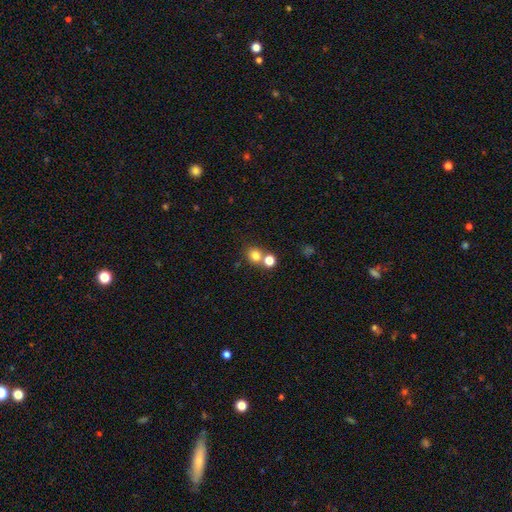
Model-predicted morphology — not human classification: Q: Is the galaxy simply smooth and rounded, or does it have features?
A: smooth — 79%.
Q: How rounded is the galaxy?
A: round — 80%.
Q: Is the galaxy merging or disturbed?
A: none — 55%.